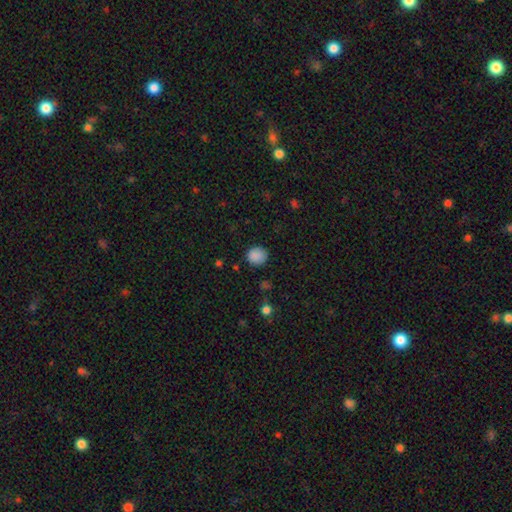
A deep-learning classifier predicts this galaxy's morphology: type=smooth (87%); roundness=round (87%); merging=none (85%).